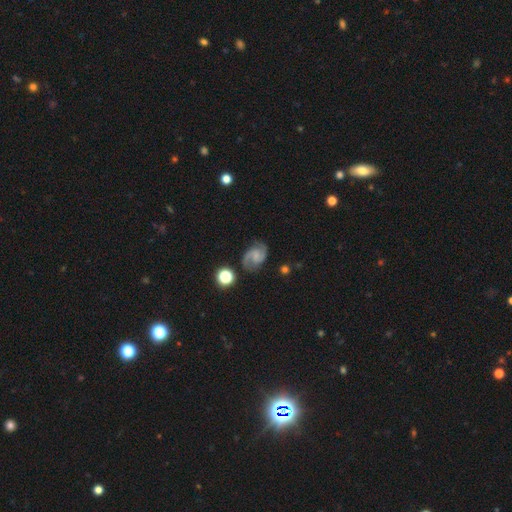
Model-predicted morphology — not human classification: featured or disk 81%, smooth 12%, star or artifact 7%. Down the decision tree: edge-on disk — no (98%); bar — no (46%); spiral arms — yes (97%); spiral arm count — 2 (92%); spiral winding — medium (55%); bulge size — none (42%); merging — none (77%).